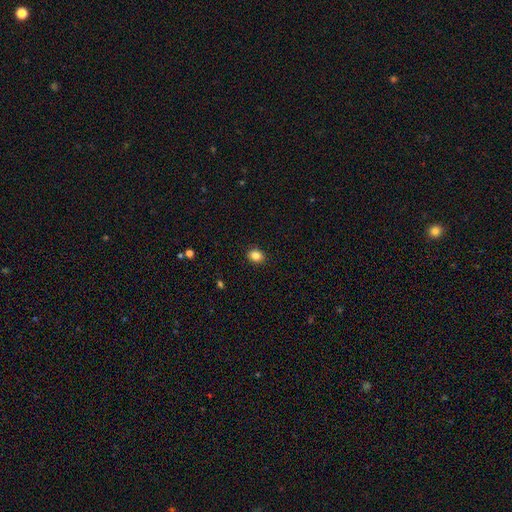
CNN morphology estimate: A smooth galaxy with no disk features (84%) that is round (52%). Merging: none (90%).